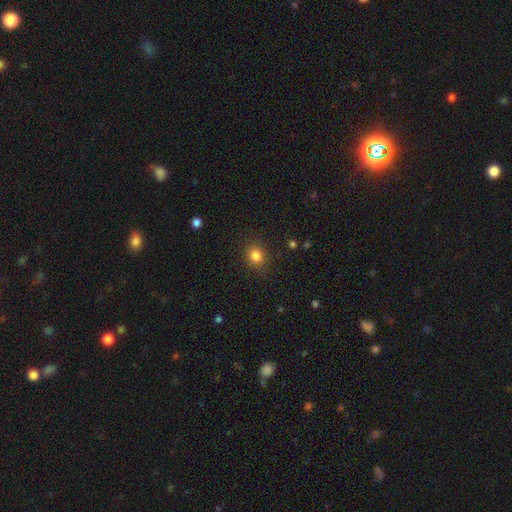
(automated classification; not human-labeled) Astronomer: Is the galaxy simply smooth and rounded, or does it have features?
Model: smooth — 83%.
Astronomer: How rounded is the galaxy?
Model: round — 79%.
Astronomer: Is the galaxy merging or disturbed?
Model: none — 88%.